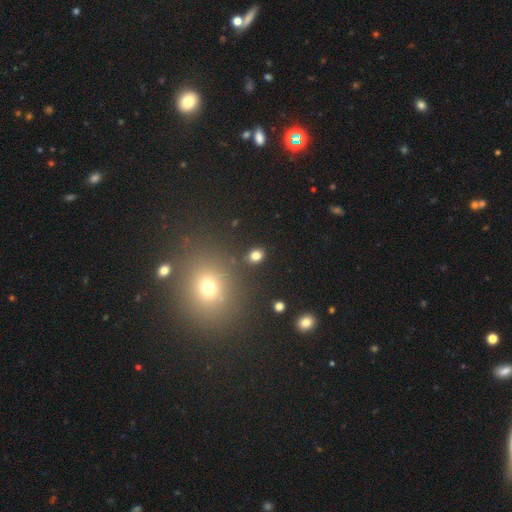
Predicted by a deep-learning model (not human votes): smooth_or_featured: smooth (p=0.80) [alt: star or artifact p=0.15]
how_rounded: round (p=0.61) [alt: in between p=0.38]
merging: none (p=0.86) [alt: minor disturbance p=0.07]